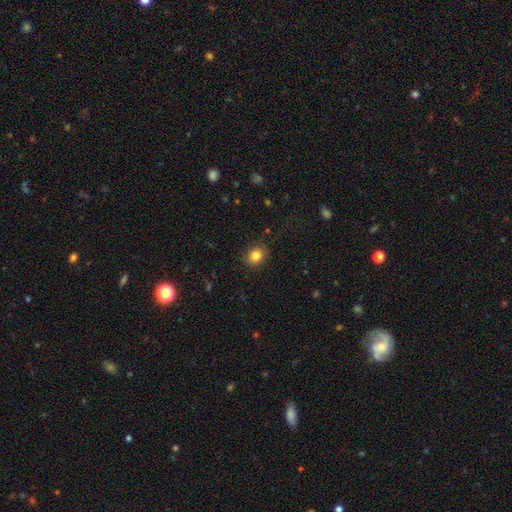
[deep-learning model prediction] Q: Smooth or featured?
A: smooth (83%); runner-up: star or artifact (11%)
Q: How rounded?
A: round (68%); runner-up: in between (31%)
Q: Merging?
A: none (85%); runner-up: minor disturbance (10%)